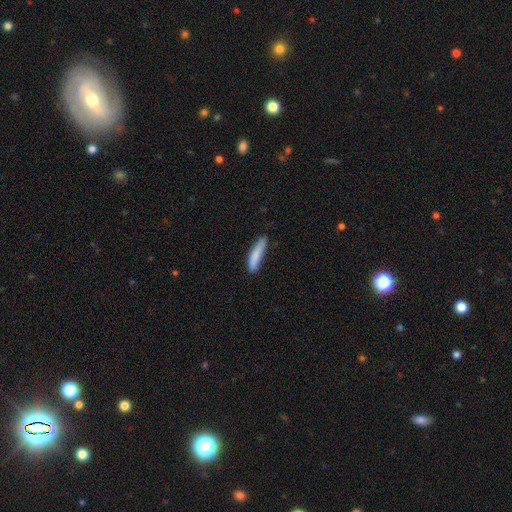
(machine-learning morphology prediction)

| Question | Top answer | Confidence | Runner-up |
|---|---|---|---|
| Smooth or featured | smooth | 84% | featured or disk (10%) |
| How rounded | cigar-shaped | 86% | in between (13%) |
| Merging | none | 73% | minor disturbance (22%) |